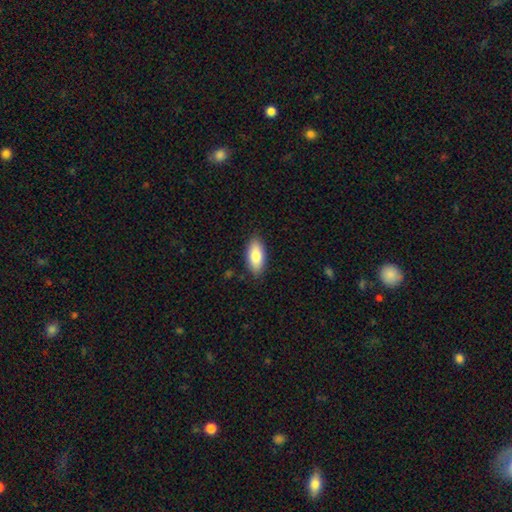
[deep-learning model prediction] A smooth galaxy with no disk features (82%) that is in between round and cigar-shaped (88%).

Vote fractions:
- Smooth or featured? smooth: 82% / featured or disk: 12% / star or artifact: 6%
- How rounded? in between: 88% / cigar-shaped: 10% / round: 2%
- Merging? none: 86% / minor disturbance: 10% / major disturbance: 2% / merger: 1%